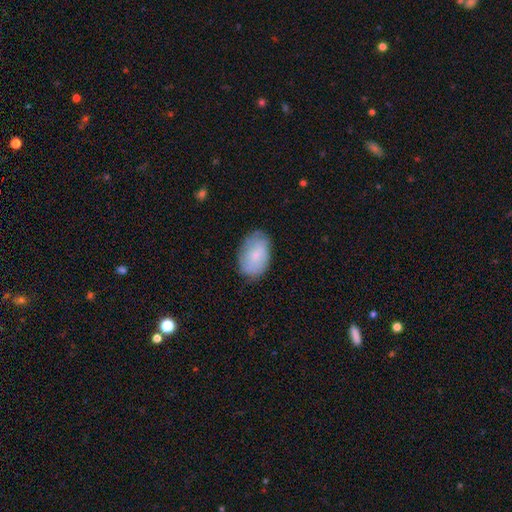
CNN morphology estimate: Smooth or featured? smooth (72%)
How rounded? in between (90%)
Merging? none (76%)